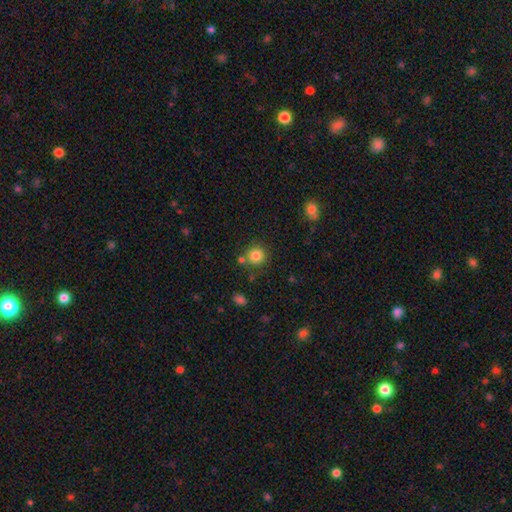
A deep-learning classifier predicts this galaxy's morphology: A smooth galaxy with no disk features (83%) that is round (91%).

Vote fractions:
- Smooth or featured? smooth: 83% / star or artifact: 11% / featured or disk: 6%
- How rounded? round: 91% / in between: 8% / cigar-shaped: 1%
- Merging? none: 77% / merger: 10% / minor disturbance: 9% / major disturbance: 3%